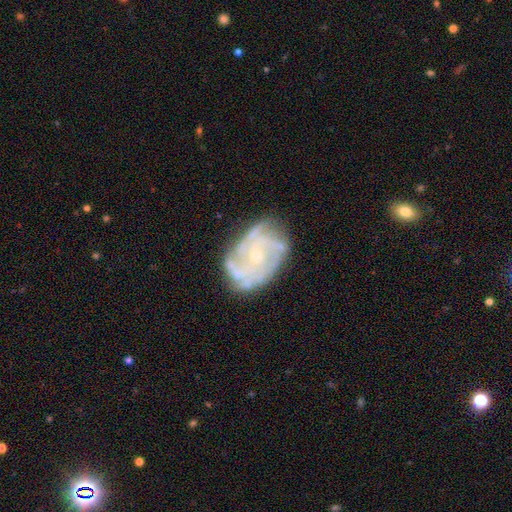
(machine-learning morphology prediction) featured or disk 82%, smooth 11%, star or artifact 7%. Down the decision tree: edge-on disk — no (97%); bar — no (76%); spiral arms — yes (85%); spiral arm count — can't tell (36%); spiral winding — tight (52%); bulge size — small (72%); merging — none (65%).